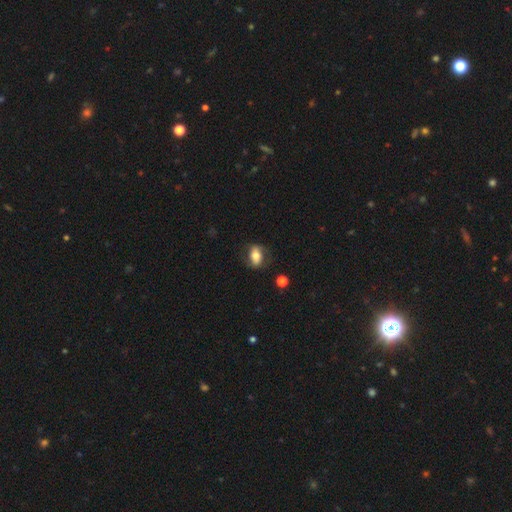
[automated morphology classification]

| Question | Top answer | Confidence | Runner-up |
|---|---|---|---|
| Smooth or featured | smooth | 62% | featured or disk (30%) |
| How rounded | in between | 81% | round (15%) |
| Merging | none | 70% | minor disturbance (19%) |